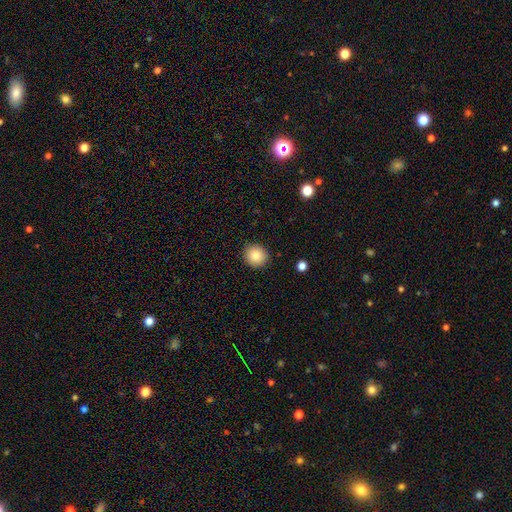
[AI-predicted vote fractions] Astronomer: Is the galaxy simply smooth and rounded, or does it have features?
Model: smooth — 84%.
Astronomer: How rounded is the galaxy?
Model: round — 91%.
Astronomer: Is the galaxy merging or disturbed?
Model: none — 90%.